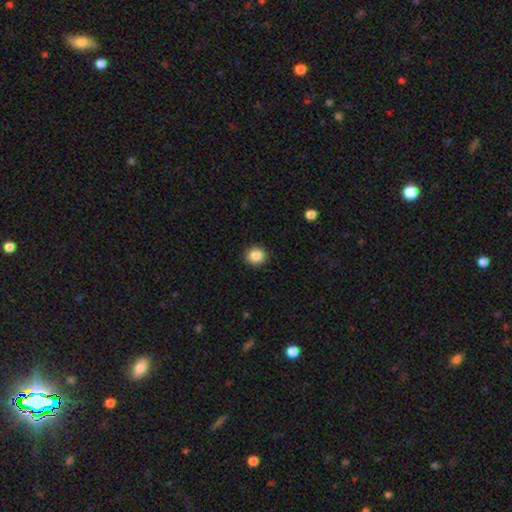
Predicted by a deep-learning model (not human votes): A smooth galaxy with no disk features (86%) that is round (84%).

Vote fractions:
- Smooth or featured? smooth: 86% / star or artifact: 9% / featured or disk: 4%
- How rounded? round: 84% / in between: 15% / cigar-shaped: 1%
- Merging? none: 92% / minor disturbance: 5% / major disturbance: 2% / merger: 1%